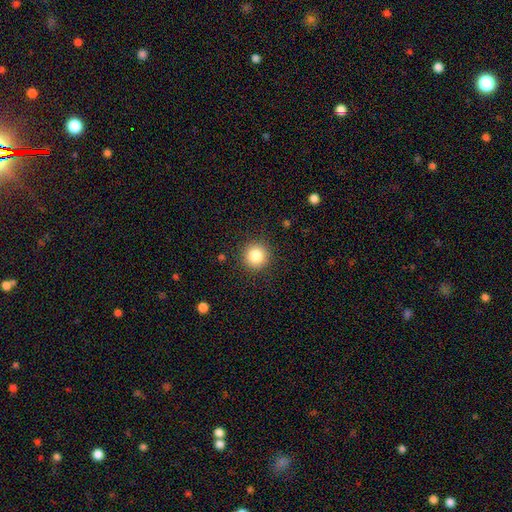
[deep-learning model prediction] Smooth or featured: smooth — 84% (star or artifact — 10%)
How rounded: round — 95% (in between — 4%)
Merging: none — 90% (minor disturbance — 6%)